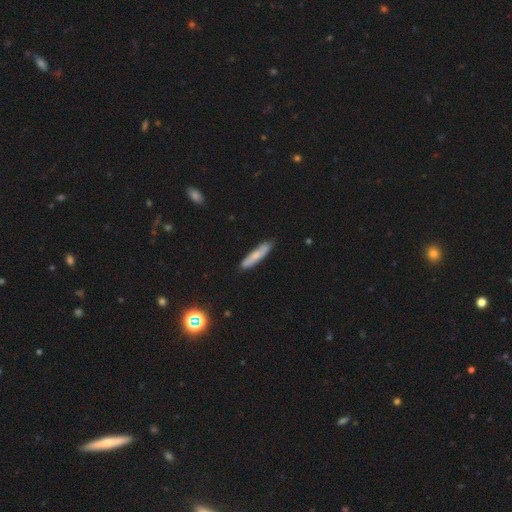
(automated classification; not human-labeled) smooth 66%, featured or disk 28%, star or artifact 7%. Down the decision tree: how rounded — cigar-shaped (86%); merging — none (83%).